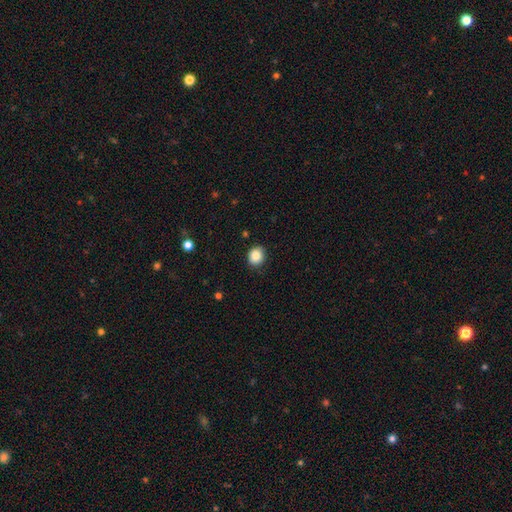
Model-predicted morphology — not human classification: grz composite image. It shows a smooth galaxy with no disk features (84%) that is round (73%). Merging: none (87%).